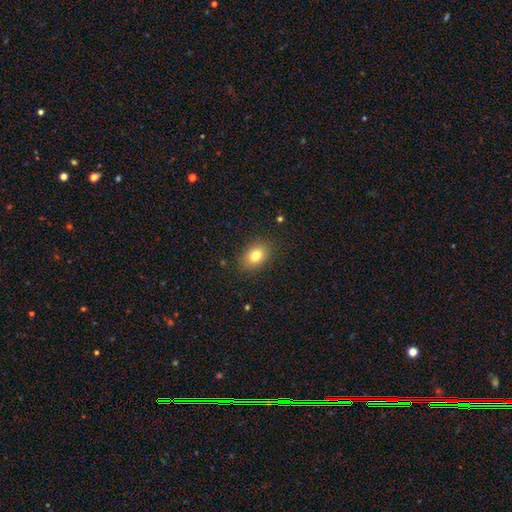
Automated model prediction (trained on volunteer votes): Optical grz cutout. It shows a smooth galaxy with no disk features (79%) that is in between round and cigar-shaped (70%). Merging: none (86%).